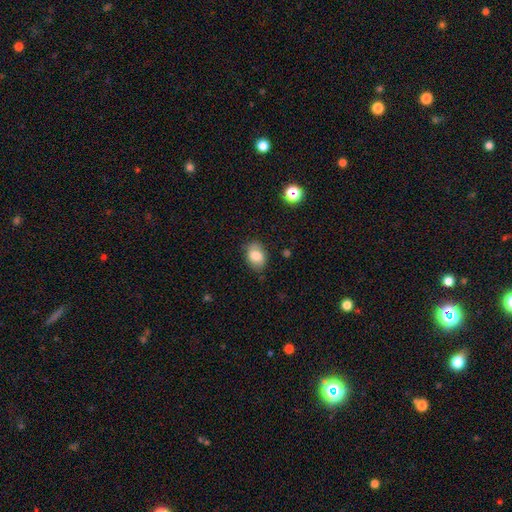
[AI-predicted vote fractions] Overall: smooth (78%). How rounded: in between (74%). Merging: none (76%).